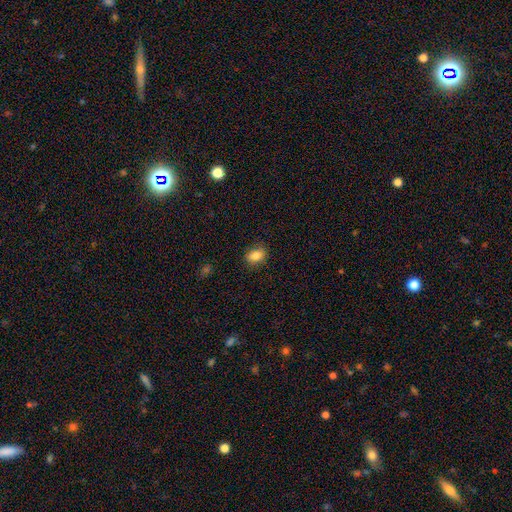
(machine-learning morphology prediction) Smooth or featured: smooth — 84% (star or artifact — 9%)
How rounded: in between — 67% (round — 32%)
Merging: none — 86% (minor disturbance — 10%)